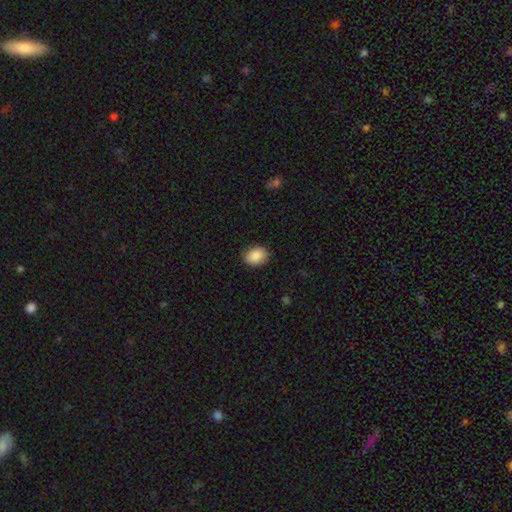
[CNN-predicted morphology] Smooth or featured?
  - smooth: 89% *
  - star or artifact: 7%
  - featured or disk: 4%
How rounded?
  - in between: 64% *
  - round: 35%
  - cigar-shaped: 1%
Merging?
  - none: 87% *
  - minor disturbance: 10%
  - major disturbance: 2%
  - merger: 1%